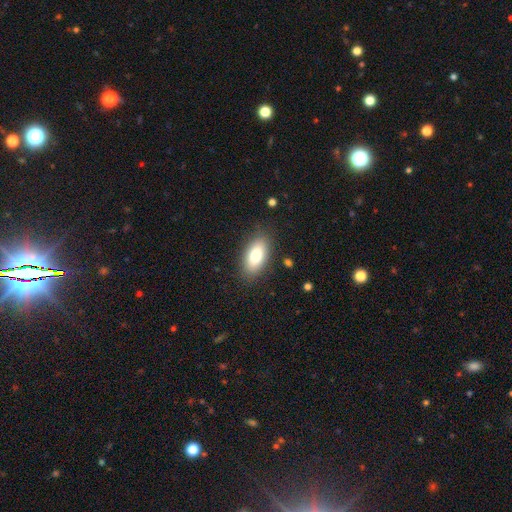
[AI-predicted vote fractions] smooth-or-featured: smooth: 81% | featured or disk: 12% | star or artifact: 7%
  how-rounded: in between: 89% | cigar-shaped: 8% | round: 3%
  merging: none: 86% | minor disturbance: 10% | major disturbance: 3% | merger: 1%